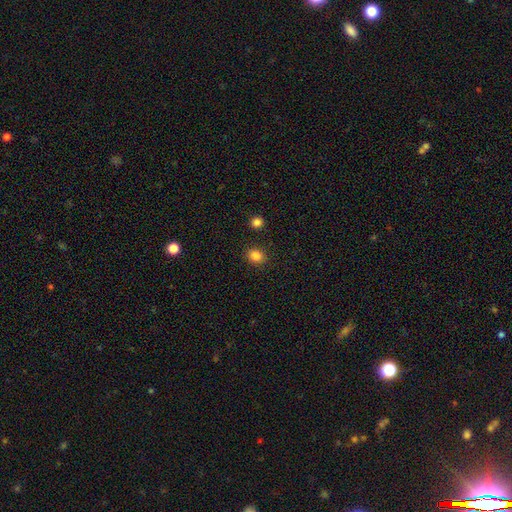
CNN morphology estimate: Overall: smooth (85%). How rounded: round (68%; in between 31%). Merging: none (88%).